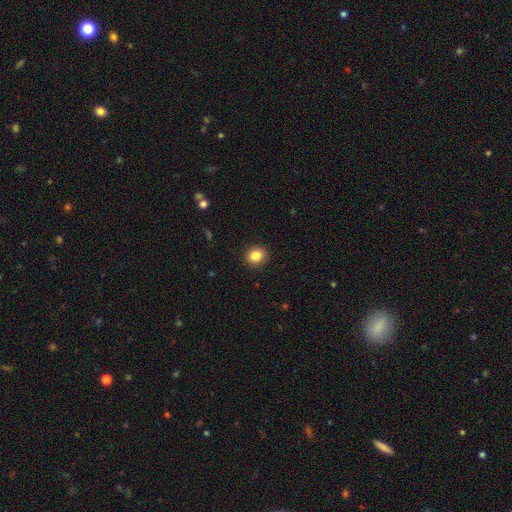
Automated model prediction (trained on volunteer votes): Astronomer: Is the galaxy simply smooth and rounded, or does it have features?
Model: smooth — 85%.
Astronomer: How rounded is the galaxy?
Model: round — 77%.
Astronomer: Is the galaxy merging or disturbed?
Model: none — 91%.